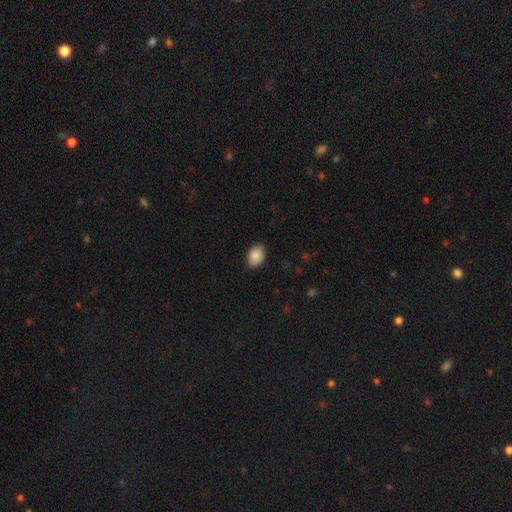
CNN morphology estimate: This is clearly a smooth galaxy (88%). How rounded: clearly in between (82%). Merging: clearly none (83%).